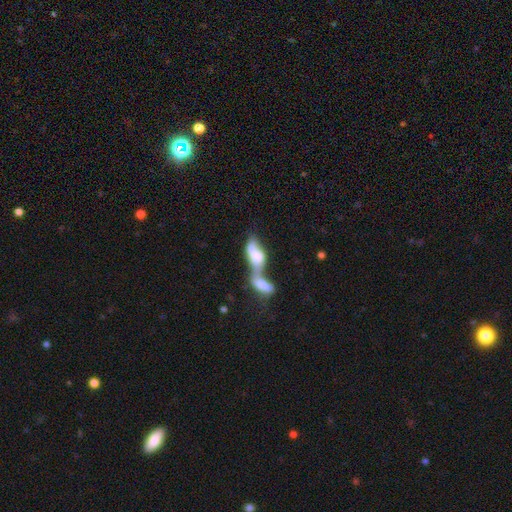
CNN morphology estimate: Smooth or featured? smooth (55%)
How rounded? in between (76%)
Merging? merger (82%)